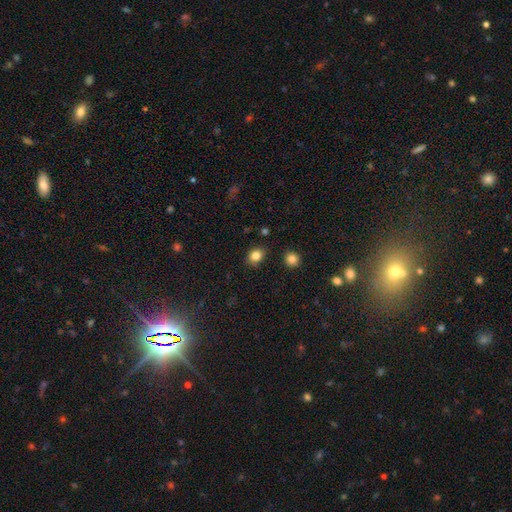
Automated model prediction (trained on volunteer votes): A smooth galaxy with no disk features (84%) that is round (52%). Merging: none (85%).